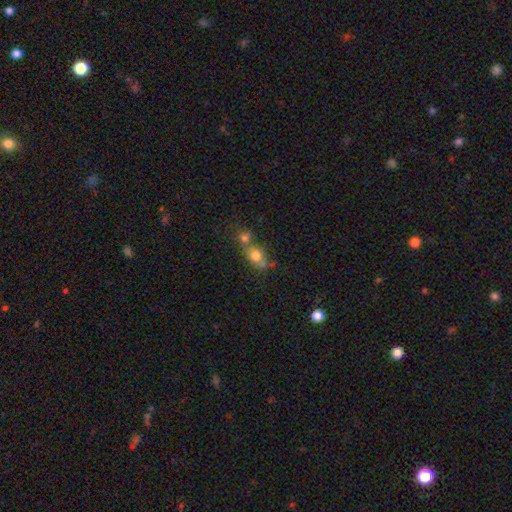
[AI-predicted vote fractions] smooth-or-featured: smooth: 71% | featured or disk: 16% | star or artifact: 12%
  how-rounded: round: 57% | in between: 39% | cigar-shaped: 4%
  merging: merger: 51% | none: 33% | minor disturbance: 10% | major disturbance: 6%